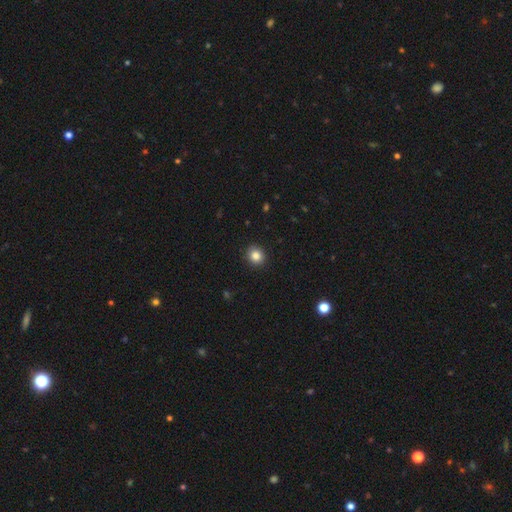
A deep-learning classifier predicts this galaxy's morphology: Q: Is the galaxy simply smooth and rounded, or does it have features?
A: smooth — 85%.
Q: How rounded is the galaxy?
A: round — 82%.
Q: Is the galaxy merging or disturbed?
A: none — 92%.